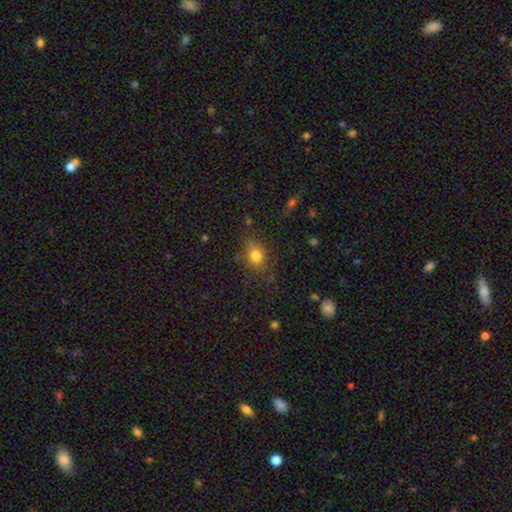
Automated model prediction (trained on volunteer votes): Smooth or featured? smooth (78%)
How rounded? in between (49%)
Merging? none (73%)